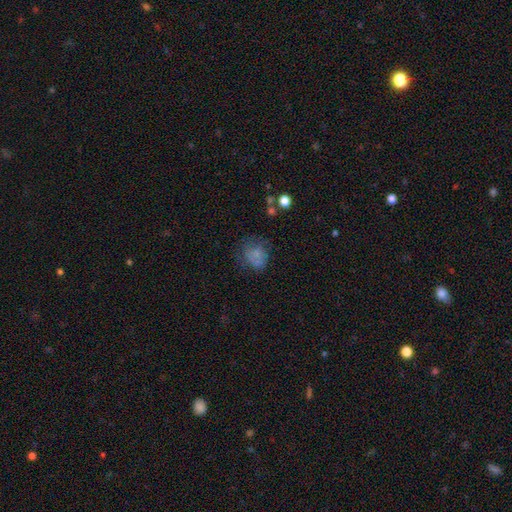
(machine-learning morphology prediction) smooth 67%, featured or disk 21%, star or artifact 13%. Down the decision tree: how rounded — round (63%); merging — none (47%).